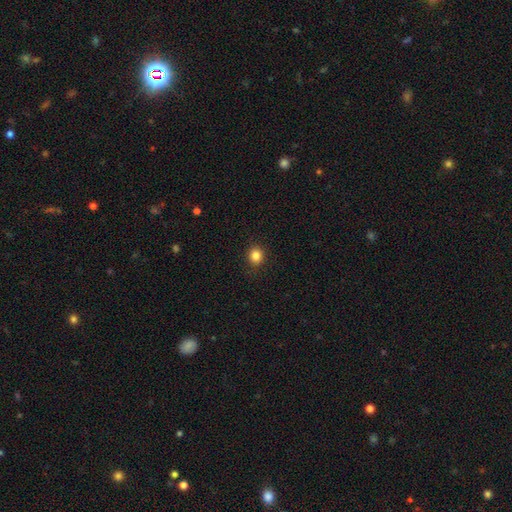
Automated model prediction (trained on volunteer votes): The model was most divided on "how rounded": round: 81%, in between: 18%, cigar-shaped: 1%. More confident: merging — none (90%); smooth or featured — smooth (85%).